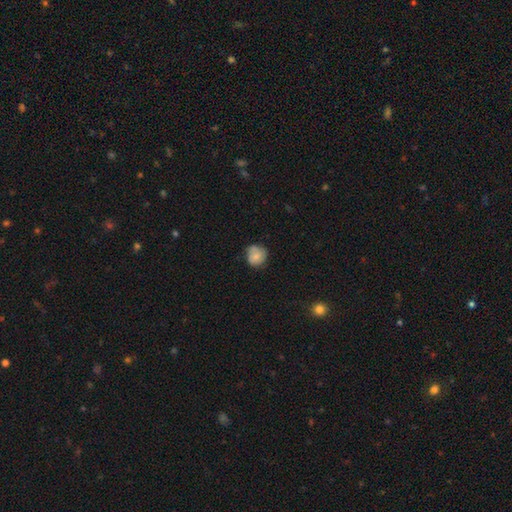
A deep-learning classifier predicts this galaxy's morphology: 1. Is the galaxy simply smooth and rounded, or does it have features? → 75% smooth, 17% featured or disk, 8% star or artifact.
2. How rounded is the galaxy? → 84% round, 15% in between, 1% cigar-shaped.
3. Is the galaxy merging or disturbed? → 61% none, 31% minor disturbance, 6% major disturbance, 2% merger.